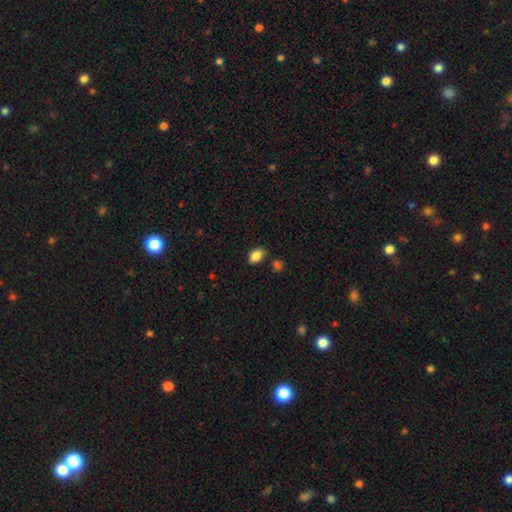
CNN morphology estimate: Q: Smooth or featured?
A: smooth (86%); runner-up: star or artifact (9%)
Q: How rounded?
A: in between (85%); runner-up: round (14%)
Q: Merging?
A: none (79%); runner-up: minor disturbance (14%)